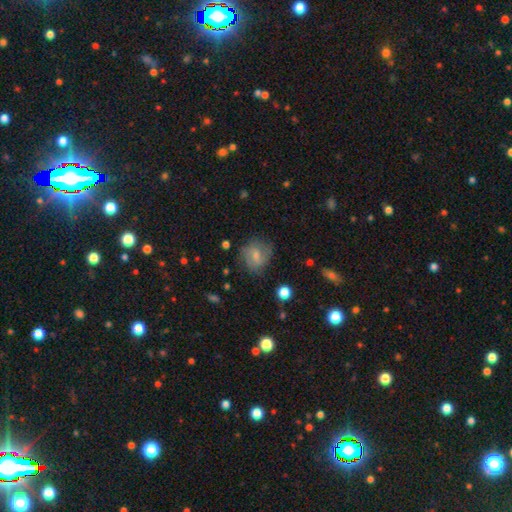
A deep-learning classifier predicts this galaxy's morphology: The model was most divided on "smooth or featured": featured or disk: 46%, smooth: 45%, star or artifact: 9%. More confident: merging — none (67%).